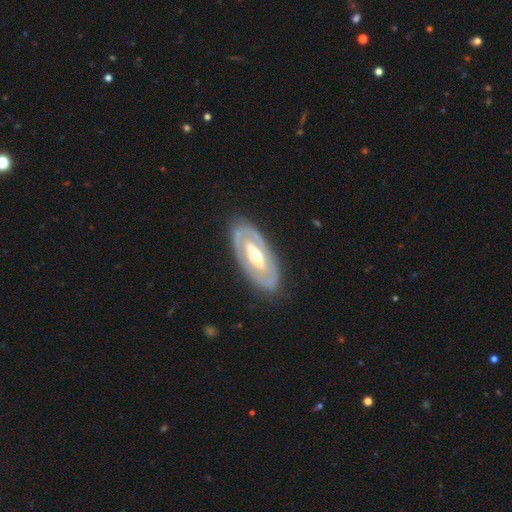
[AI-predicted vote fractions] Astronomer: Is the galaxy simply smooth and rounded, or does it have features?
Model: featured or disk — 74%.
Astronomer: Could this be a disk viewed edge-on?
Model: no — 88%.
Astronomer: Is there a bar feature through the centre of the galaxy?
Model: no — 44% (runner-up: weak, 29%).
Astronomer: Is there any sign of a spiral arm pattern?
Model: no — 63%.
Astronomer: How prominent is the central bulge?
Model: moderate — 67%.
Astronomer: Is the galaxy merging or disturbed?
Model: none — 83%.